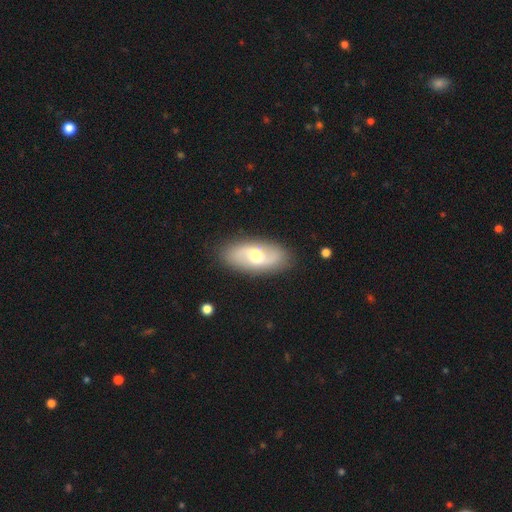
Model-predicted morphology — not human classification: Q: Smooth or featured?
A: featured or disk (65%); runner-up: smooth (30%)
Q: Edge-on disk?
A: no (92%); runner-up: yes (8%)
Q: Bar?
A: weak (46%); runner-up: no (41%)
Q: Spiral arms?
A: yes (82%); runner-up: no (18%)
Q: Bulge size?
A: moderate (66%); runner-up: large (20%)
Q: Merging?
A: none (87%); runner-up: minor disturbance (9%)